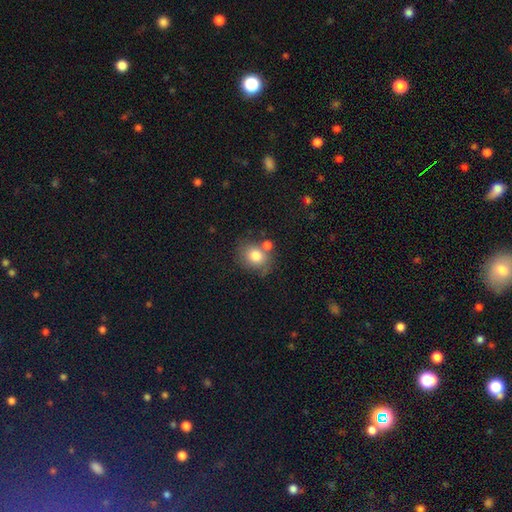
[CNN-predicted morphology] type=smooth (78%); roundness=round (68%); merging=none (58%).